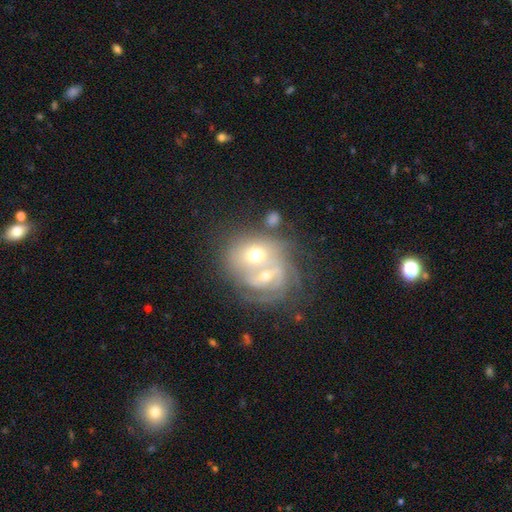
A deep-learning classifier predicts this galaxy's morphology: Smooth or featured?
  - featured or disk: 59% *
  - smooth: 33%
  - star or artifact: 9%
Edge-on disk?
  - no: 95% *
  - yes: 5%
Bar?
  - no: 57% *
  - weak: 30%
  - strong: 13%
Spiral arms?
  - yes: 69% *
  - no: 31%
Bulge size?
  - moderate: 59% *
  - small: 31%
  - large: 5%
  - none: 2%
  - dominant: 1%
Merging?
  - merger: 66% *
  - none: 21%
  - minor disturbance: 7%
  - major disturbance: 6%